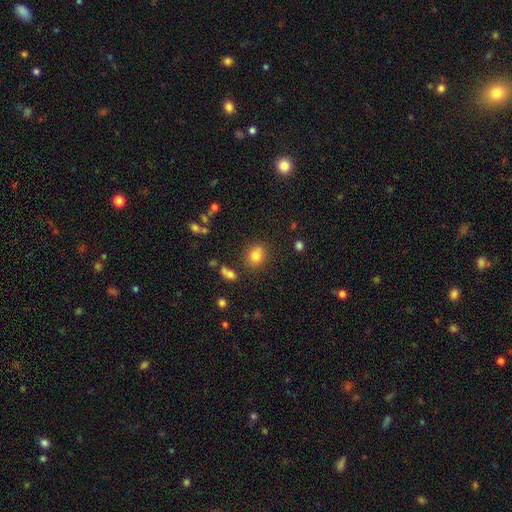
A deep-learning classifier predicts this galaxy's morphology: Smooth or featured? smooth (79%)
How rounded? round (67%)
Merging? none (73%)